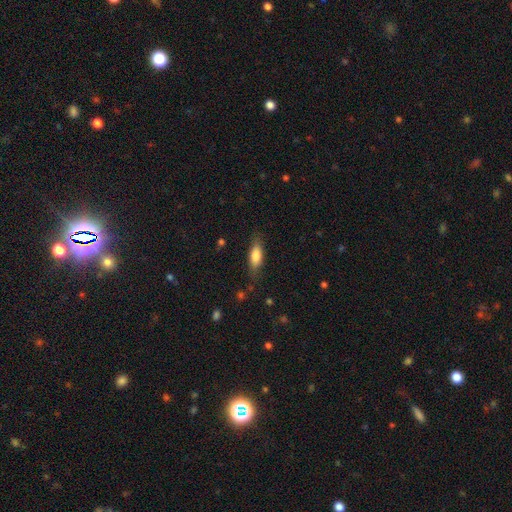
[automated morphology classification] Smooth or featured: smooth — 78% (featured or disk — 15%)
How rounded: in between — 67% (cigar-shaped — 31%)
Merging: none — 78% (minor disturbance — 17%)